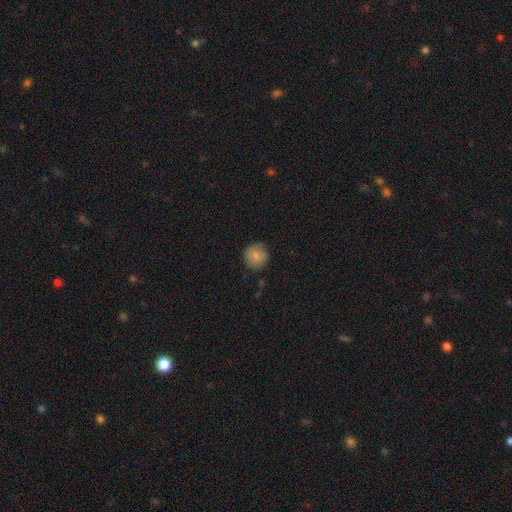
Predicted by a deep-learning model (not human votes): The model was most divided on "merging": none: 80%, minor disturbance: 16%, major disturbance: 3%, merger: 1%. More confident: how rounded — round (93%); smooth or featured — smooth (79%).